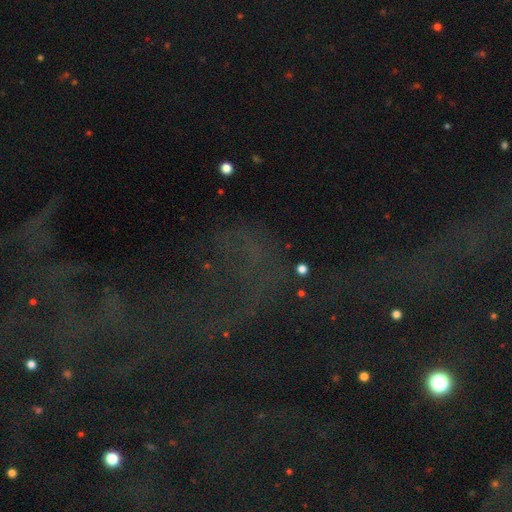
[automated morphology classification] A star or artifact, not a galaxy (63%).